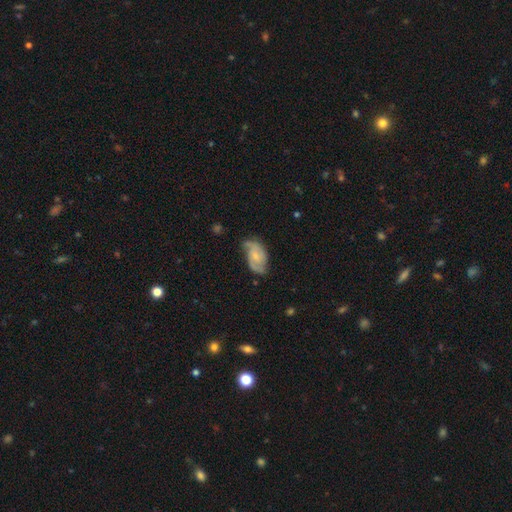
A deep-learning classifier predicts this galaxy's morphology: A featured or disk galaxy (77%) with no bar (55%), 2 (86%) medium (49%) spiral arms (95%) and a small central bulge (58%).

Vote fractions:
- Smooth or featured? featured or disk: 77% / smooth: 18% / star or artifact: 6%
- Edge-on disk? no: 97% / yes: 3%
- Bar? no: 55% / weak: 37% / strong: 7%
- Spiral arms? yes: 95% / no: 5%
- Spiral winding? medium: 49% / tight: 27% / loose: 24%
- Spiral arm count? 2: 86% / can't tell: 6% / 3: 3% / 1: 3% / 4: 1% / more than 4: 1%
- Bulge size? small: 58% / moderate: 26% / none: 13% / large: 2% / dominant: 1%
- Merging? none: 65% / minor disturbance: 24% / major disturbance: 9% / merger: 2%